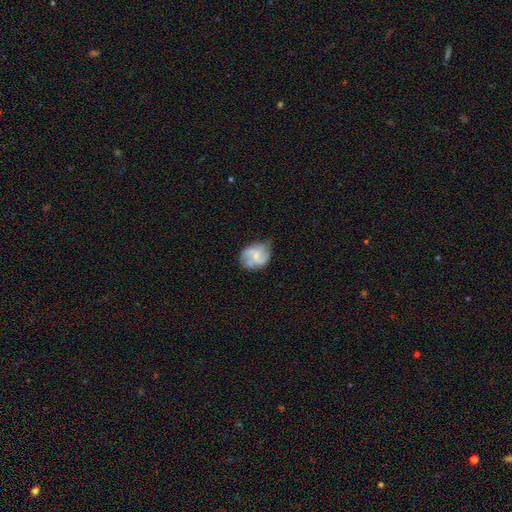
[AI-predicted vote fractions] The model was most divided on "bulge size": small: 51%, moderate: 30%, none: 16%, large: 2%, dominant: 1%. More confident: edge-on disk — no (98%); spiral arms — yes (77%); bar — no (61%); smooth or featured — featured or disk (59%); merging — none (52%).